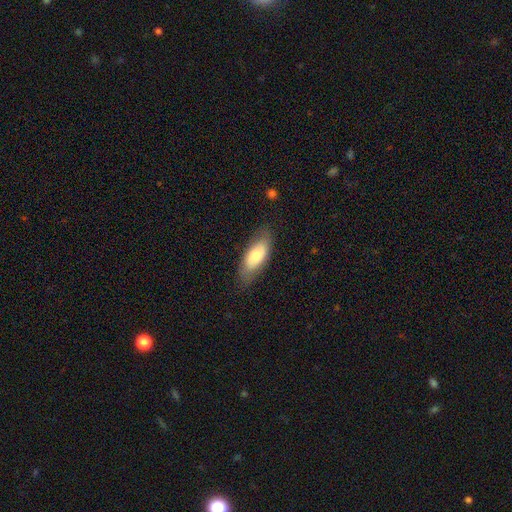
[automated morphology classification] The model was most divided on "smooth or featured": smooth: 69%, featured or disk: 25%, star or artifact: 6%. More confident: how rounded — in between (82%); merging — none (75%).